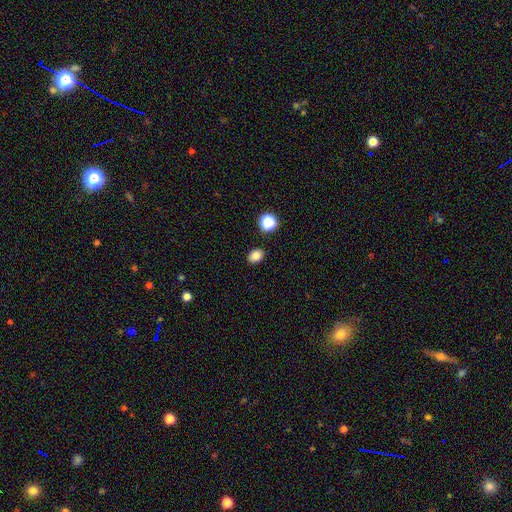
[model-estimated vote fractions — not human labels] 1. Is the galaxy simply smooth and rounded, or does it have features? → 83% smooth, 12% star or artifact, 5% featured or disk.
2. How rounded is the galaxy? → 71% in between, 28% round, 1% cigar-shaped.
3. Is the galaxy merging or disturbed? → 88% none, 8% minor disturbance, 2% merger, 2% major disturbance.